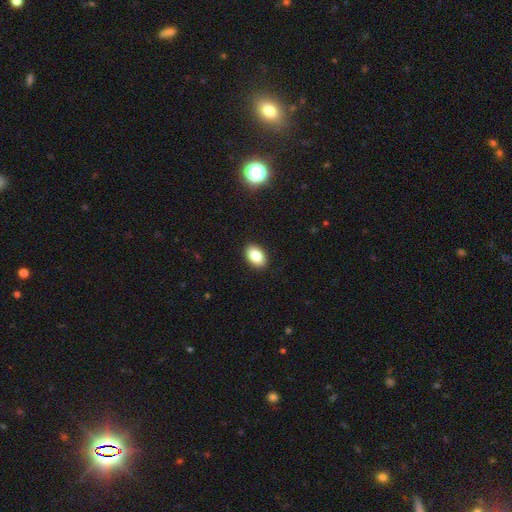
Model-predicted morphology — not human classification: The model was most divided on "smooth or featured": smooth: 85%, star or artifact: 8%, featured or disk: 7%. More confident: merging — none (91%); how rounded — in between (89%).